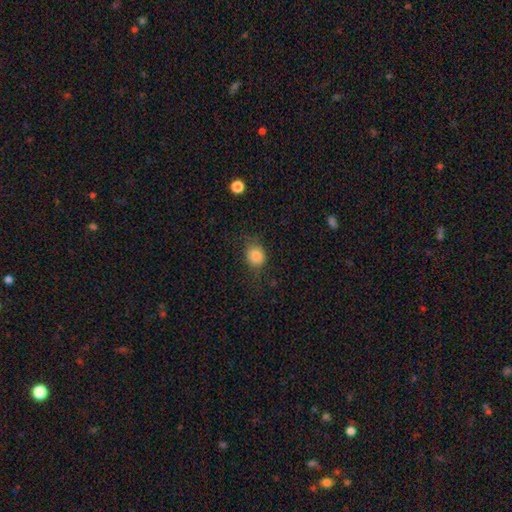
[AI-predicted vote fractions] Smooth or featured? Predicted: smooth (p=0.86). How rounded? Predicted: round (p=0.63). Merging? Predicted: none (p=0.71).